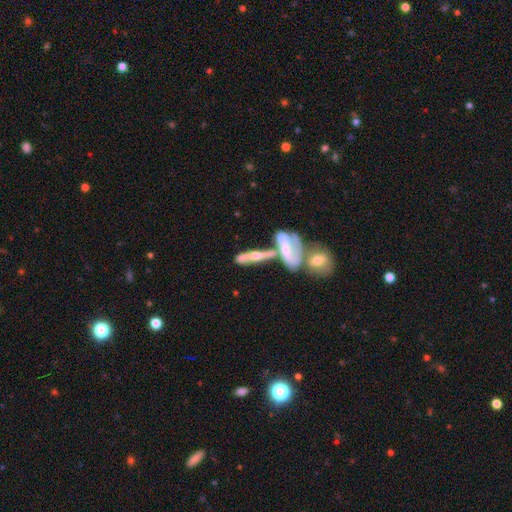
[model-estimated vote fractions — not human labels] featured or disk 58%, smooth 26%, star or artifact 16%. Down the decision tree: edge-on disk — no (61%); merging — merger (58%).